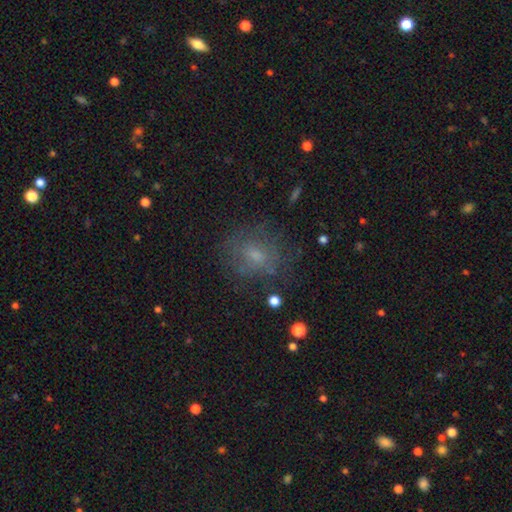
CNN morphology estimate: smooth_or_featured: smooth (p=0.55) [alt: featured or disk p=0.28]
how_rounded: round (p=0.58) [alt: in between p=0.40]
merging: none (p=0.68) [alt: minor disturbance p=0.18]